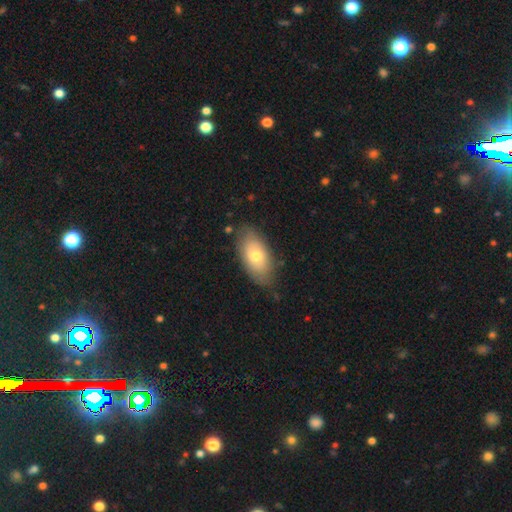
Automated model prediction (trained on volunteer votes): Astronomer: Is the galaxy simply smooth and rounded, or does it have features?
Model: smooth — 64%.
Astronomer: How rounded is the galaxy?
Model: in between — 92%.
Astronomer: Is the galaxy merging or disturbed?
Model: none — 76%.